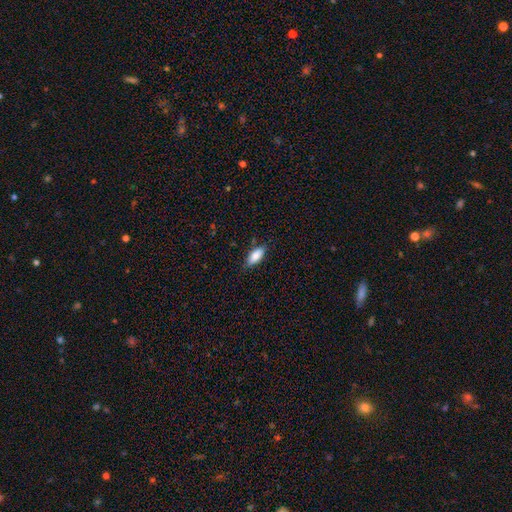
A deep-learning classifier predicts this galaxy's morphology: Q: Smooth or featured?
A: smooth (84%); runner-up: featured or disk (9%)
Q: How rounded?
A: in between (82%); runner-up: cigar-shaped (16%)
Q: Merging?
A: none (80%); runner-up: minor disturbance (16%)